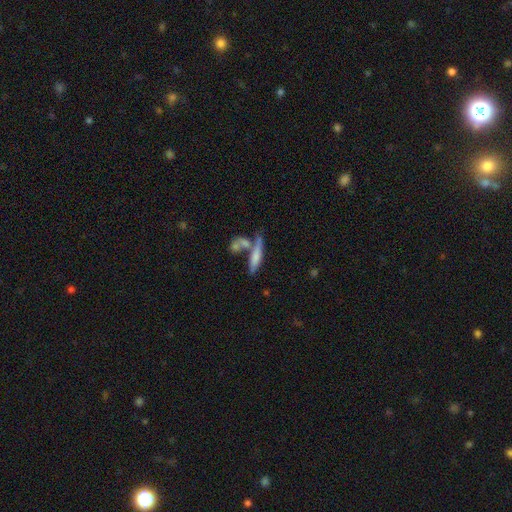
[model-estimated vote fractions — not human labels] smooth 62%, featured or disk 30%, star or artifact 8%. Down the decision tree: how rounded — cigar-shaped (72%); merging — none (46%).